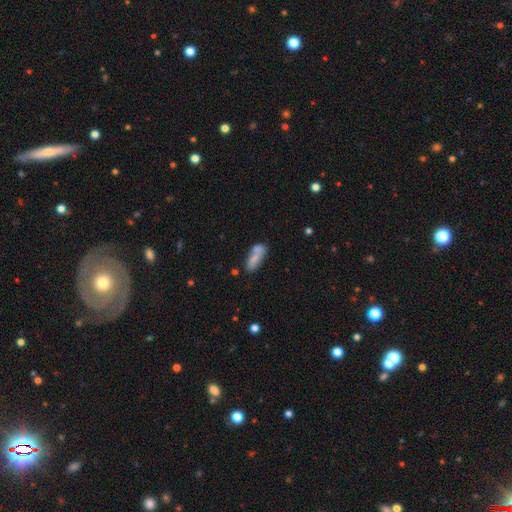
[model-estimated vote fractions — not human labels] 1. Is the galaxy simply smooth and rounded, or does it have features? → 67% smooth, 25% featured or disk, 8% star or artifact.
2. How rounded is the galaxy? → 69% in between, 28% cigar-shaped, 3% round.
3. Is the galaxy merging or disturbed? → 49% none, 27% merger, 18% minor disturbance, 6% major disturbance.